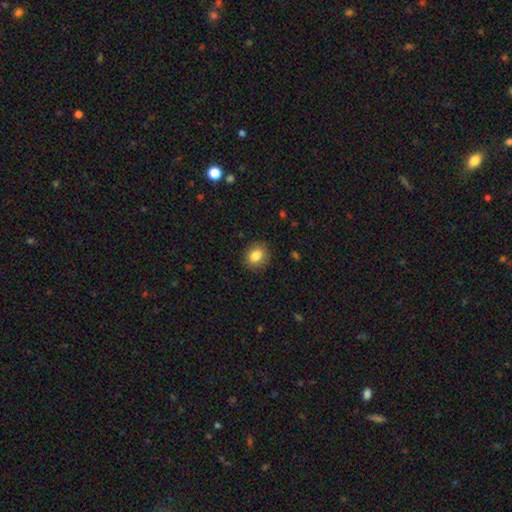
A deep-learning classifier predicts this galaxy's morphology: The model was most divided on "how rounded": round: 58%, in between: 41%, cigar-shaped: 1%. More confident: merging — none (87%); smooth or featured — smooth (84%).